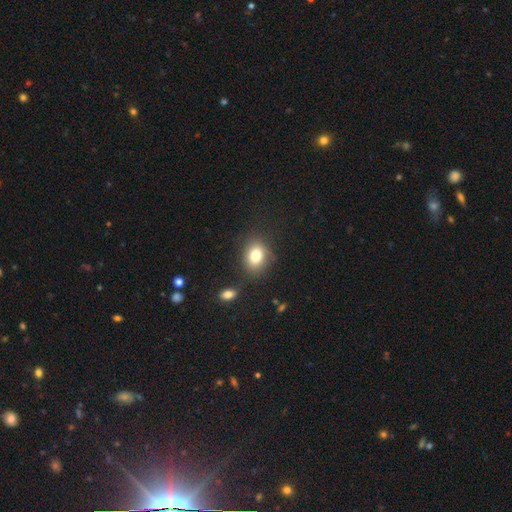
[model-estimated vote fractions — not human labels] Overall: smooth (80%). How rounded: in between (57%; round 41%). Merging: none (75%).